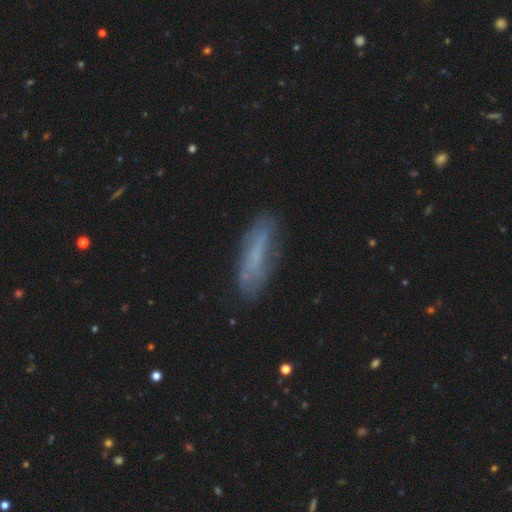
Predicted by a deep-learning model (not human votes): Smooth or featured?
  - smooth: 53% *
  - featured or disk: 37%
  - star or artifact: 9%
How rounded?
  - cigar-shaped: 59% *
  - in between: 40%
  - round: 2%
Merging?
  - none: 72% *
  - minor disturbance: 20%
  - major disturbance: 6%
  - merger: 2%